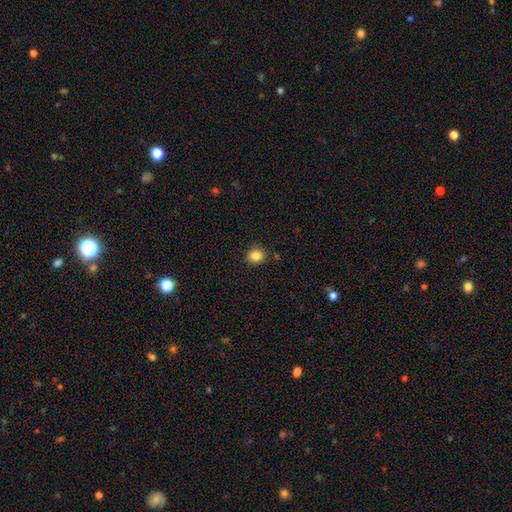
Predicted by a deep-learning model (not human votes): Smooth or featured: smooth — 84% (star or artifact — 11%)
How rounded: round — 78% (in between — 21%)
Merging: none — 85% (minor disturbance — 10%)